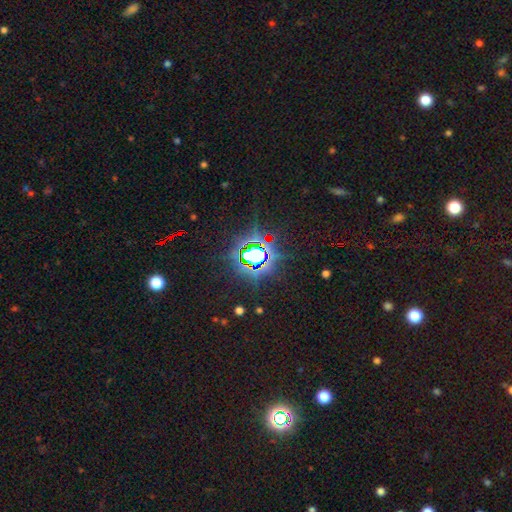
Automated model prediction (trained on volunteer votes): A star or artifact, not a galaxy (80%).

Vote fractions:
- Smooth or featured? star or artifact: 80% / smooth: 11% / featured or disk: 9%